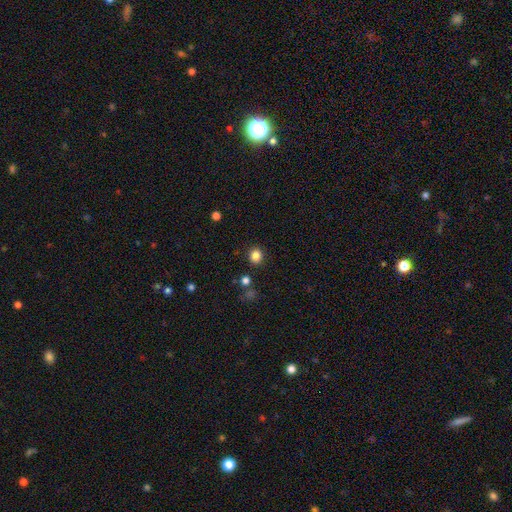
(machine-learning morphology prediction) Smooth or featured? Predicted: smooth (p=0.84). How rounded? Predicted: round (p=0.84). Merging? Predicted: none (p=0.88).